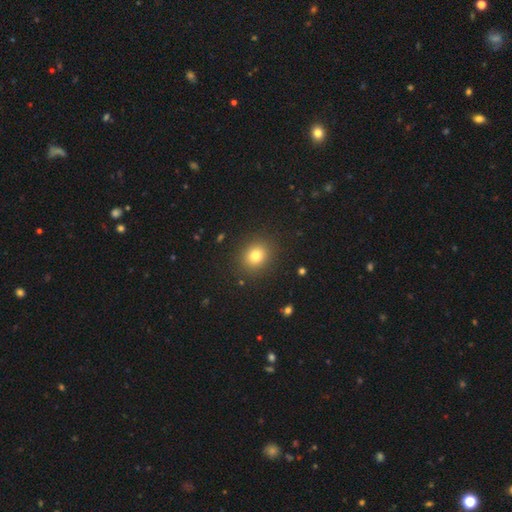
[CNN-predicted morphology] The model was most divided on "how rounded": round: 73%, in between: 27%, cigar-shaped: 1%. More confident: merging — none (89%); smooth or featured — smooth (78%).